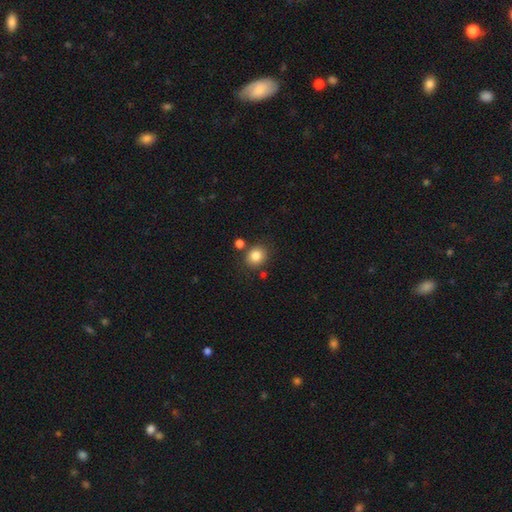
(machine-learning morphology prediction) smooth 83%, star or artifact 10%, featured or disk 6%. Down the decision tree: how rounded — round (73%); merging — none (79%).